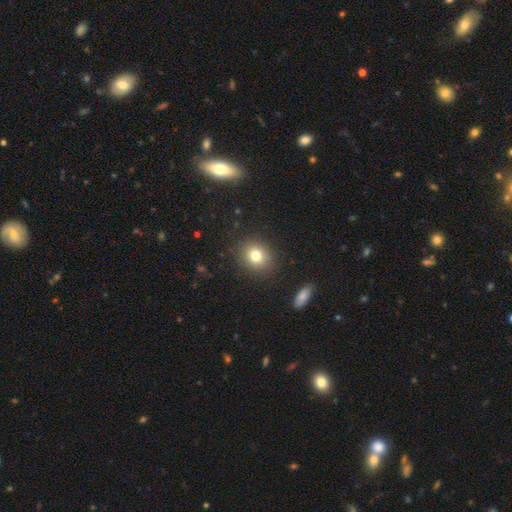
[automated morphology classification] Smooth or featured: smooth — 78% (star or artifact — 12%)
How rounded: round — 73% (in between — 26%)
Merging: none — 87% (minor disturbance — 8%)